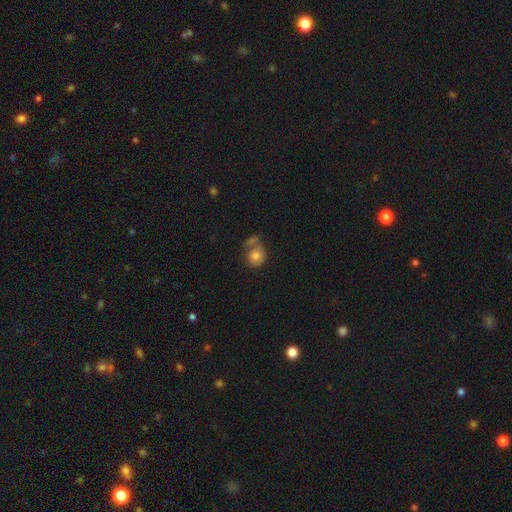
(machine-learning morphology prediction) Smooth or featured?
  - smooth: 73% *
  - featured or disk: 19%
  - star or artifact: 8%
How rounded?
  - round: 72% *
  - in between: 27%
  - cigar-shaped: 1%
Merging?
  - none: 35% *
  - merger: 32%
  - minor disturbance: 17%
  - major disturbance: 16%